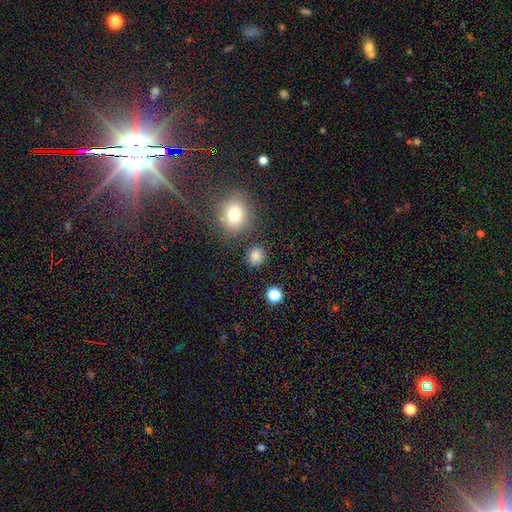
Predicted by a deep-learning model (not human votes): Morphology: type=smooth (81%); roundness=round (80%); merging=none (85%).